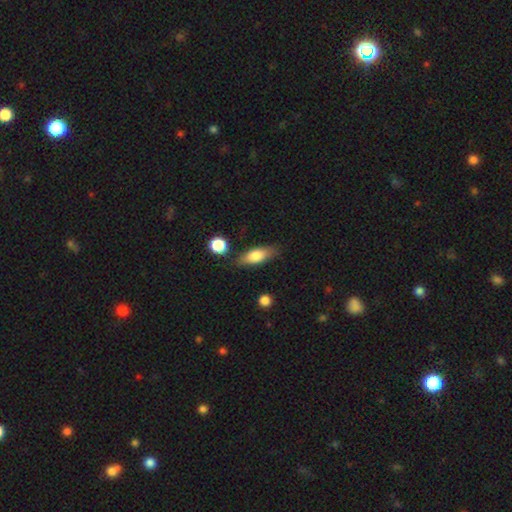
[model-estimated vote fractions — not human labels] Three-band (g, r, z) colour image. It shows a smooth galaxy with no disk features (73%) that is in between round and cigar-shaped (67%). Merging: none (77%).